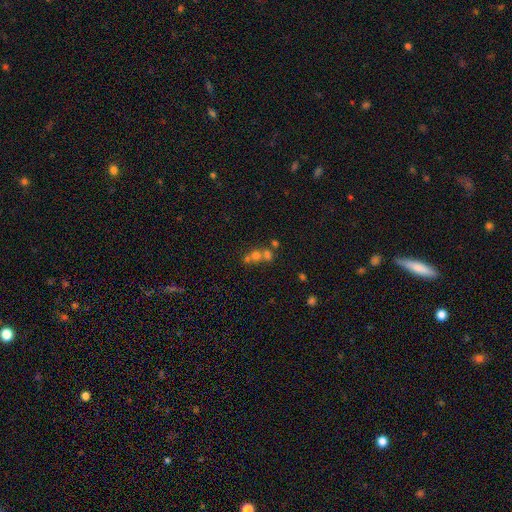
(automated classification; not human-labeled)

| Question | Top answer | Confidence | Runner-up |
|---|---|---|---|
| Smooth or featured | smooth | 55% | star or artifact (24%) |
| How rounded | round | 75% | in between (24%) |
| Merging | merger | 54% | none (35%) |